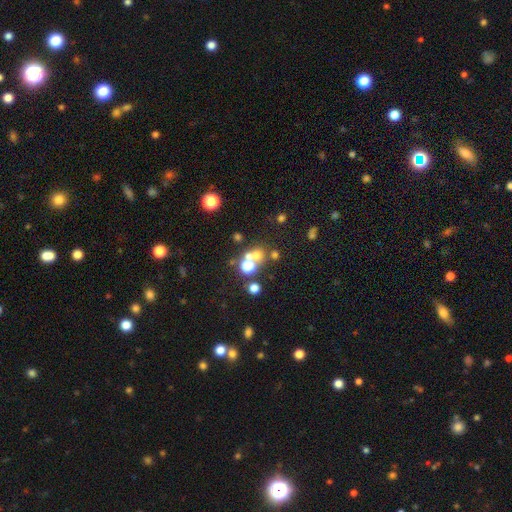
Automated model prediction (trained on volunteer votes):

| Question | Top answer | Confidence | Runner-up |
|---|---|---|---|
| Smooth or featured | smooth | 55% | star or artifact (28%) |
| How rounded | round | 83% | in between (15%) |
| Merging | none | 49% | merger (39%) |